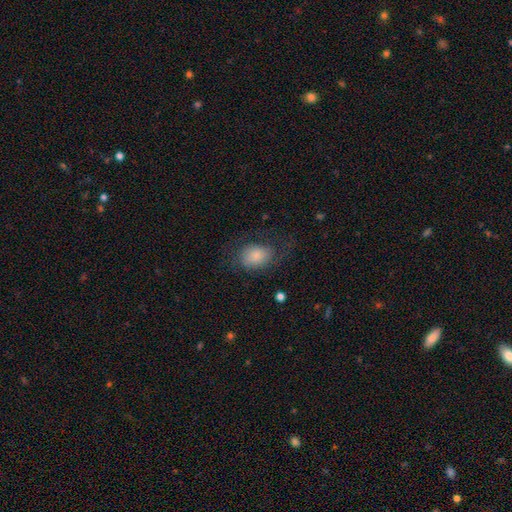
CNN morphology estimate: Smooth or featured? Predicted: smooth (p=0.76). How rounded? Predicted: in between (p=0.69). Merging? Predicted: none (p=0.55).